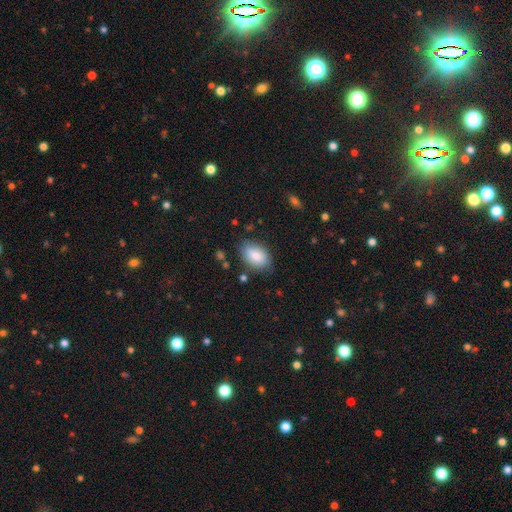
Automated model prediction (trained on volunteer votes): Smooth or featured: smooth — 84% (featured or disk — 9%)
How rounded: in between — 88% (round — 10%)
Merging: none — 73% (minor disturbance — 20%)